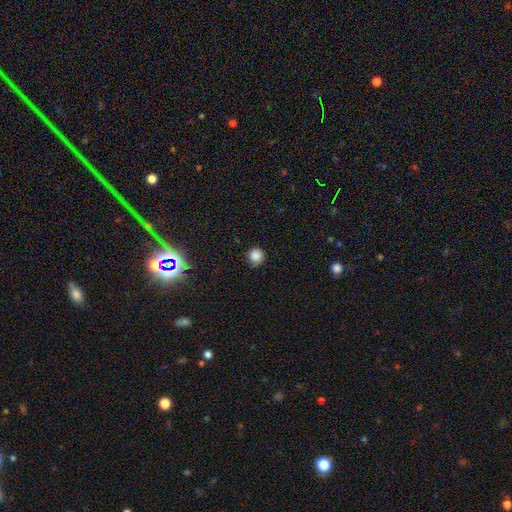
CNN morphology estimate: A smooth galaxy with no disk features (85%) that is round (93%).

Vote fractions:
- Smooth or featured? smooth: 85% / star or artifact: 12% / featured or disk: 4%
- How rounded? round: 93% / in between: 6% / cigar-shaped: 1%
- Merging? none: 79% / minor disturbance: 17% / major disturbance: 3% / merger: 1%